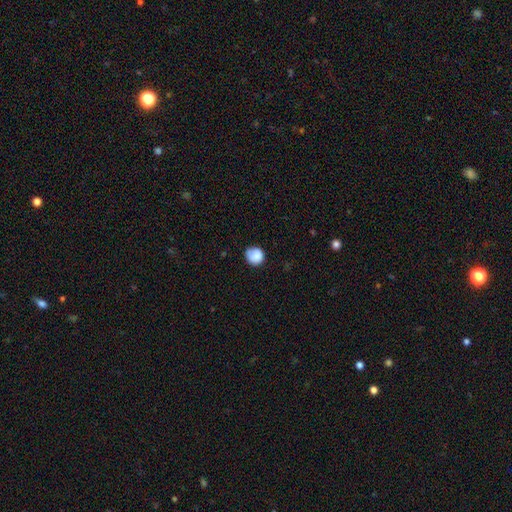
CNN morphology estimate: smooth_or_featured: smooth (p=0.86) [alt: star or artifact p=0.08]
how_rounded: round (p=0.86) [alt: in between p=0.13]
merging: none (p=0.71) [alt: minor disturbance p=0.22]